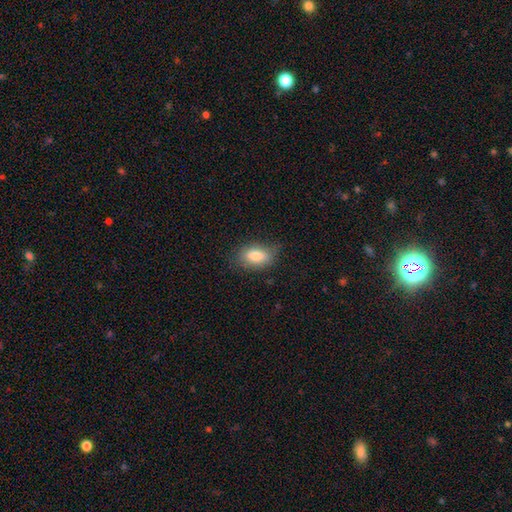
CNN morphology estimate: smooth_or_featured: smooth (p=0.79) [alt: featured or disk p=0.13]
how_rounded: in between (p=0.88) [alt: round p=0.09]
merging: none (p=0.72) [alt: minor disturbance p=0.22]